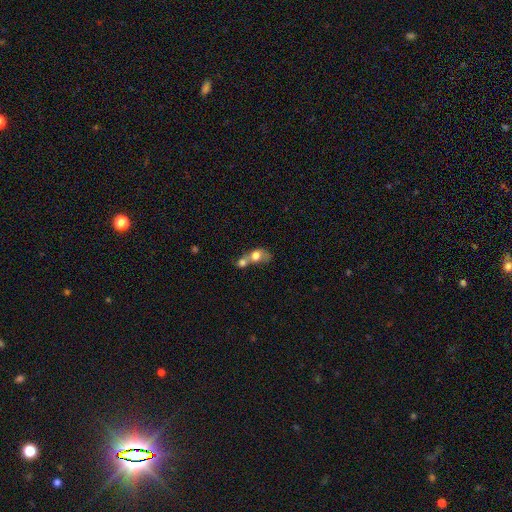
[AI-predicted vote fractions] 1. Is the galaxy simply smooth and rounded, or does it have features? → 69% smooth, 22% featured or disk, 9% star or artifact.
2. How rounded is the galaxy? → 54% in between, 43% round, 3% cigar-shaped.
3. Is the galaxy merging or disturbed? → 78% merger, 9% none, 7% major disturbance, 5% minor disturbance.